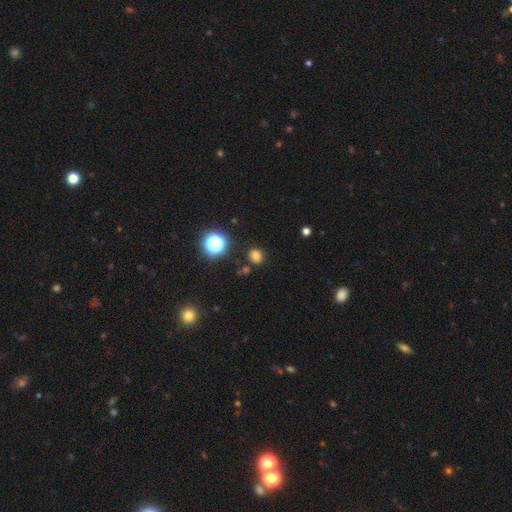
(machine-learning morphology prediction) Overall: smooth (75%). How rounded: round (74%). Merging: none (84%).